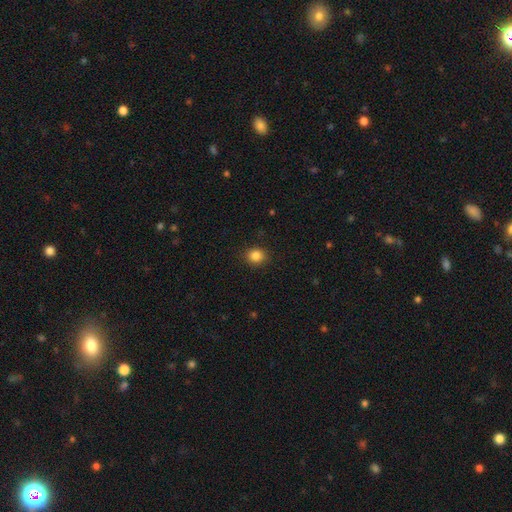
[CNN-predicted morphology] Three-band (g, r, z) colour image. It shows a smooth galaxy with no disk features (85%) that is round (77%). Merging: none (90%).